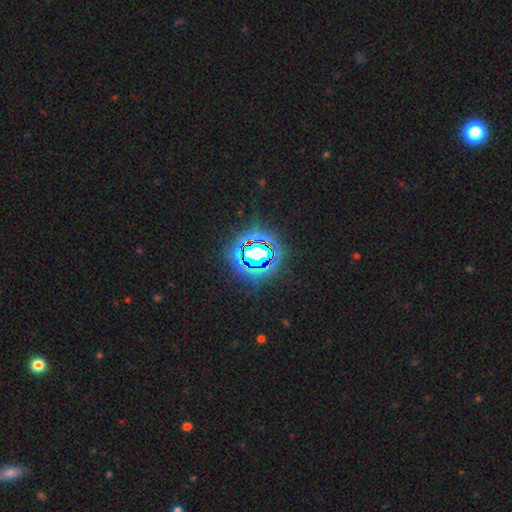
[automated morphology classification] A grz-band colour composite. It shows a star or artifact, not a galaxy (78%).